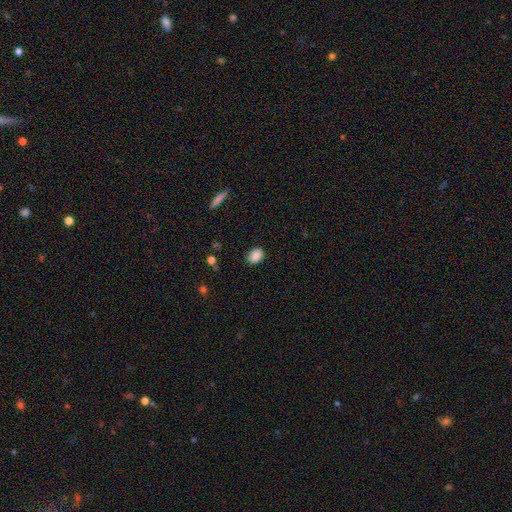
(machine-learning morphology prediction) Smooth or featured? Predicted: smooth (p=0.88). How rounded? Predicted: in between (p=0.61). Merging? Predicted: none (p=0.86).